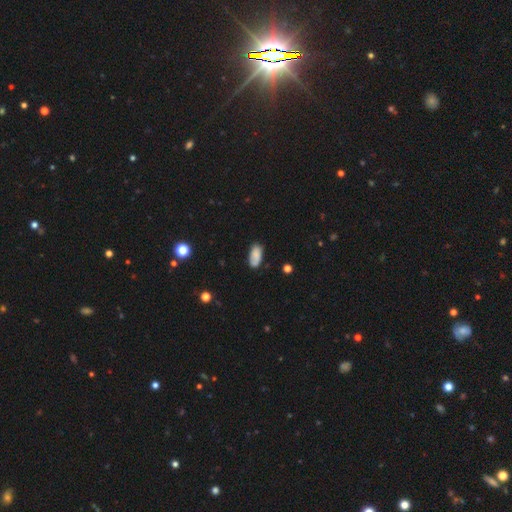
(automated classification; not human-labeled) Smooth or featured? smooth (81%)
How rounded? in between (91%)
Merging? none (73%)